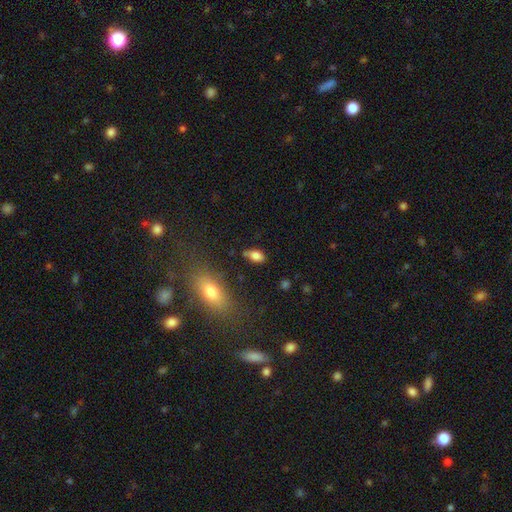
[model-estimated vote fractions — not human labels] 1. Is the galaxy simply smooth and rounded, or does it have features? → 80% smooth, 11% featured or disk, 10% star or artifact.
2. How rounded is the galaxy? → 87% in between, 8% round, 5% cigar-shaped.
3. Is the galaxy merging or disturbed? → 68% none, 21% minor disturbance, 6% major disturbance, 6% merger.